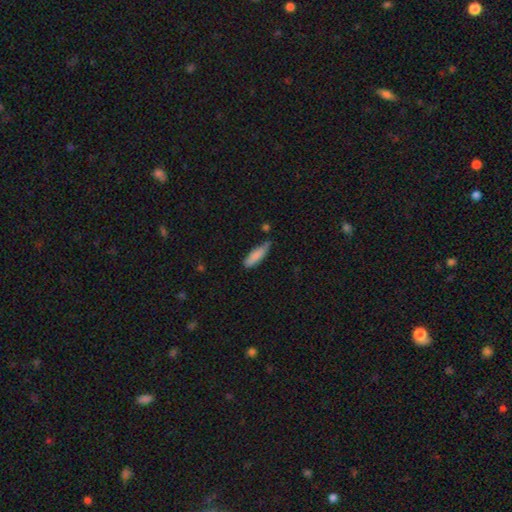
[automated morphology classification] The model was most divided on "merging": none: 53%, minor disturbance: 36%, major disturbance: 6%, merger: 5%. More confident: smooth or featured — smooth (84%); how rounded — cigar-shaped (59%).